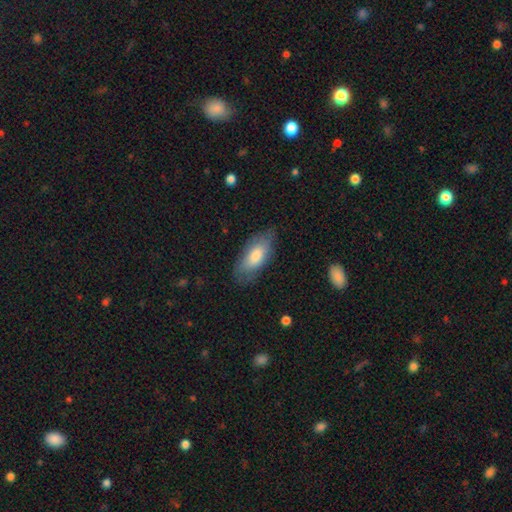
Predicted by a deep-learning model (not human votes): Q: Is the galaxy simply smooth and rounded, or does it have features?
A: smooth — 73%.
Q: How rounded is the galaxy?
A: in between — 85%.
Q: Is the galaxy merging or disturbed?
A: none — 75%.